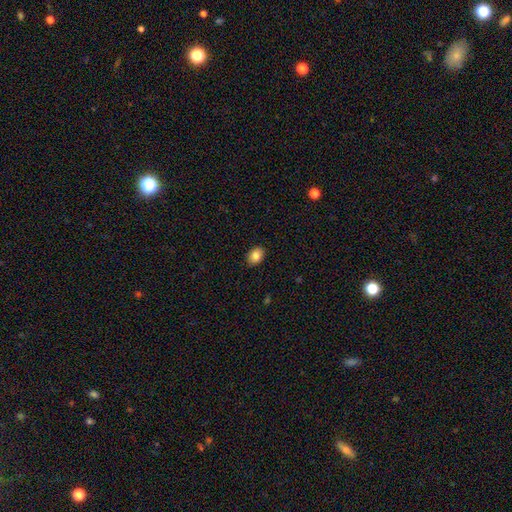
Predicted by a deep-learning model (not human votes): Smooth or featured? Predicted: smooth (p=0.84). How rounded? Predicted: in between (p=0.75). Merging? Predicted: none (p=0.89).